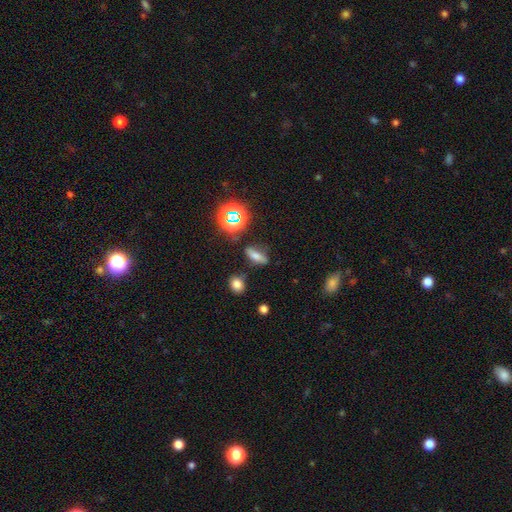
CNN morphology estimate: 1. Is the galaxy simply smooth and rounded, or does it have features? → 60% smooth, 21% star or artifact, 19% featured or disk.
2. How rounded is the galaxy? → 58% in between, 33% cigar-shaped, 9% round.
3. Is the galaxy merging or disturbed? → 74% none, 16% minor disturbance, 5% major disturbance, 5% merger.